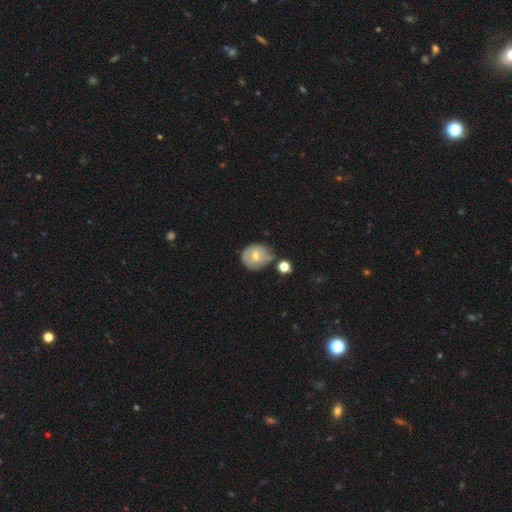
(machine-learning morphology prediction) smooth-or-featured: smooth: 59% | featured or disk: 32% | star or artifact: 9%
  how-rounded: round: 75% | in between: 24% | cigar-shaped: 1%
  merging: none: 51% | minor disturbance: 28% | merger: 12% | major disturbance: 9%